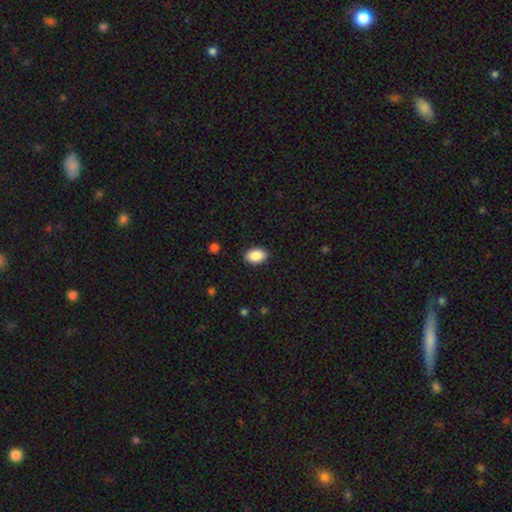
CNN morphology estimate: smooth_or_featured: smooth (p=0.90) [alt: star or artifact p=0.07]
how_rounded: in between (p=0.88) [alt: round p=0.11]
merging: none (p=0.89) [alt: minor disturbance p=0.08]